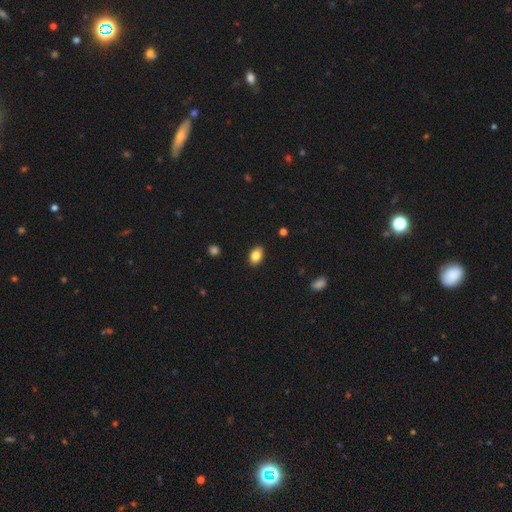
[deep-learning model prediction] The model was most divided on "how rounded": in between: 84%, round: 15%, cigar-shaped: 1%. More confident: merging — none (89%); smooth or featured — smooth (84%).